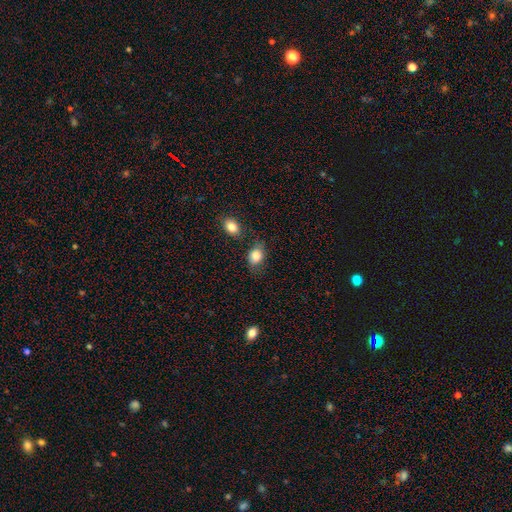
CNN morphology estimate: Smooth or featured?
  - smooth: 84% *
  - star or artifact: 8%
  - featured or disk: 8%
How rounded?
  - in between: 65% *
  - round: 34%
  - cigar-shaped: 1%
Merging?
  - none: 66% *
  - minor disturbance: 20%
  - merger: 8%
  - major disturbance: 6%